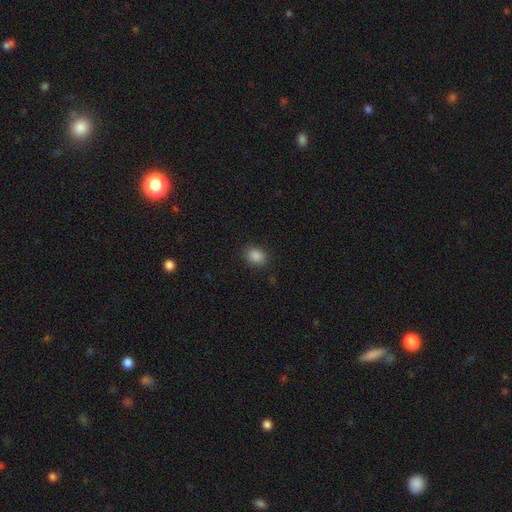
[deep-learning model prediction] Q: Smooth or featured?
A: smooth (87%); runner-up: star or artifact (10%)
Q: How rounded?
A: in between (56%); runner-up: round (43%)
Q: Merging?
A: none (87%); runner-up: minor disturbance (9%)